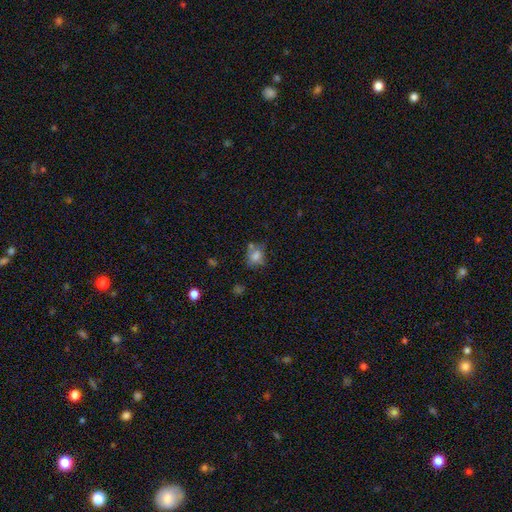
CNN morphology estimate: Overall: smooth (69%). How rounded: in between (58%; round 40%). Merging: none (50%; minor disturbance 23%).